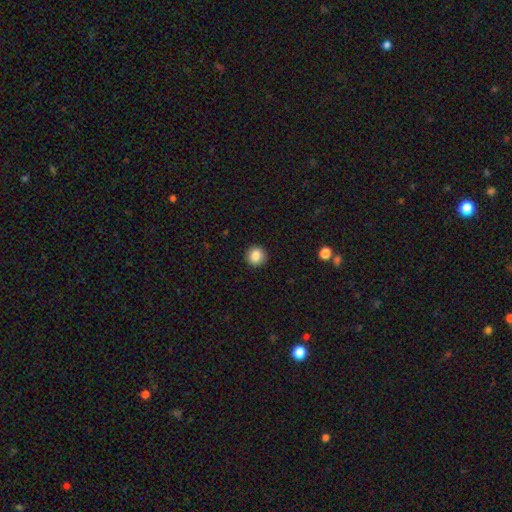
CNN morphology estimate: This appears to be a smooth galaxy with no disk features (87%) that is round (92%). Merging: none (92%).